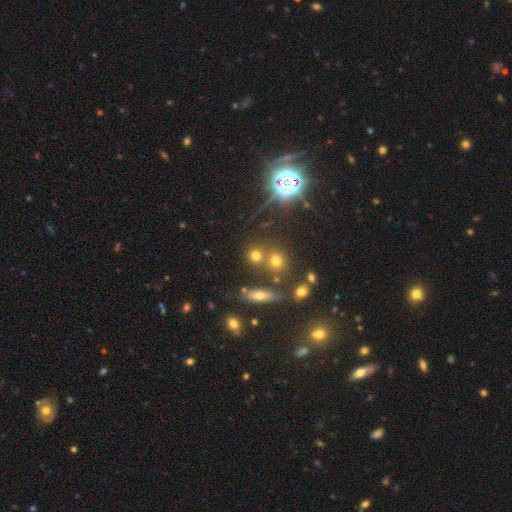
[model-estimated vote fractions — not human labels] smooth_or_featured: smooth (p=0.62) [alt: star or artifact p=0.27]
how_rounded: round (p=0.78) [alt: in between p=0.17]
merging: none (p=0.66) [alt: merger p=0.21]